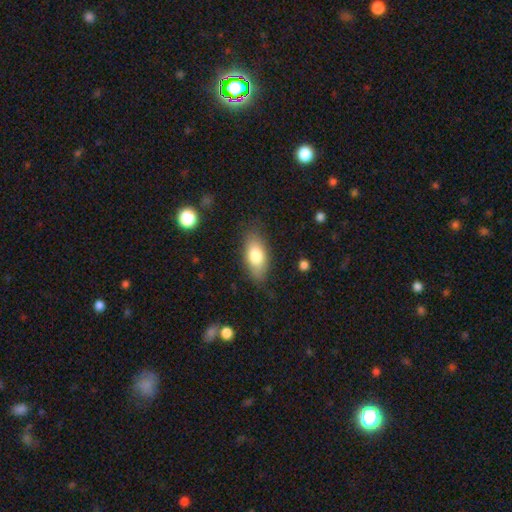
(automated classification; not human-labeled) A smooth galaxy with no disk features (76%) that is in between round and cigar-shaped (86%).

Vote fractions:
- Smooth or featured? smooth: 76% / featured or disk: 17% / star or artifact: 7%
- How rounded? in between: 86% / cigar-shaped: 10% / round: 4%
- Merging? none: 79% / minor disturbance: 16% / major disturbance: 4% / merger: 1%